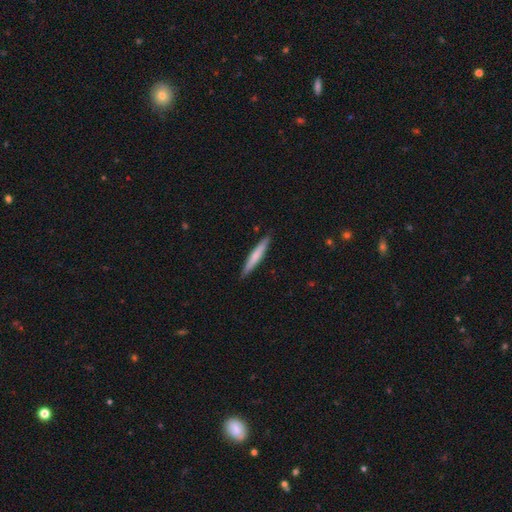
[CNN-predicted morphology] A smooth galaxy with no disk features (65%) that is cigar-shaped (95%). Merging: none (90%).